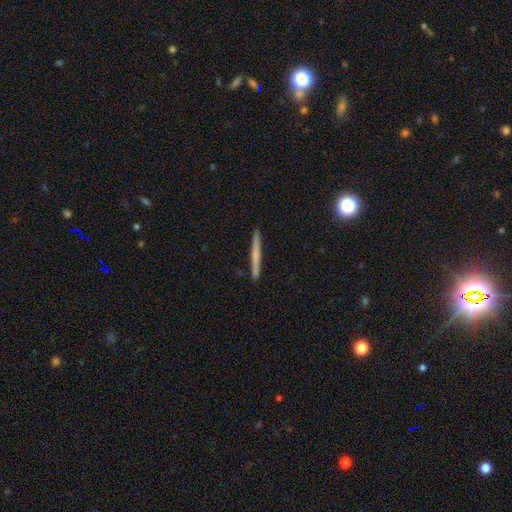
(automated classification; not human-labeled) smooth 50%, featured or disk 43%, star or artifact 7%. Down the decision tree: how rounded — cigar-shaped (96%); merging — none (92%).